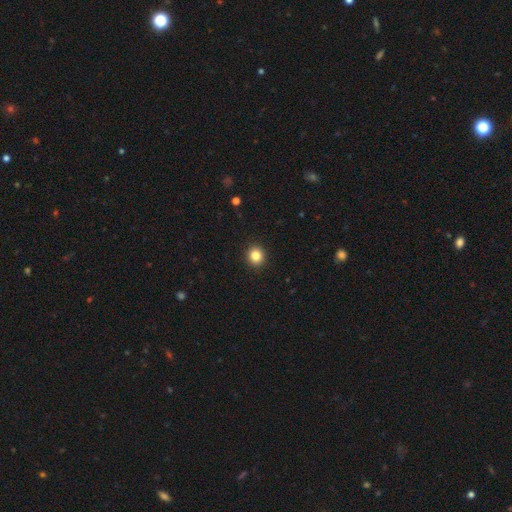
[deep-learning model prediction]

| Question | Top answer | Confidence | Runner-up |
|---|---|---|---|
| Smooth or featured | smooth | 84% | star or artifact (11%) |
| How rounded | round | 85% | in between (14%) |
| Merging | none | 92% | minor disturbance (5%) |